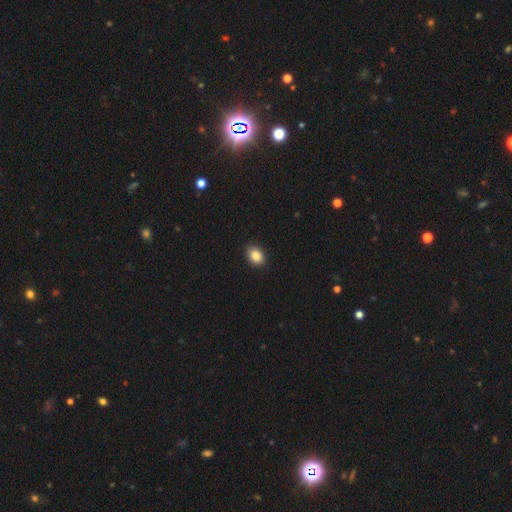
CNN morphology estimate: type=smooth (88%); roundness=in between (69%); merging=none (90%).